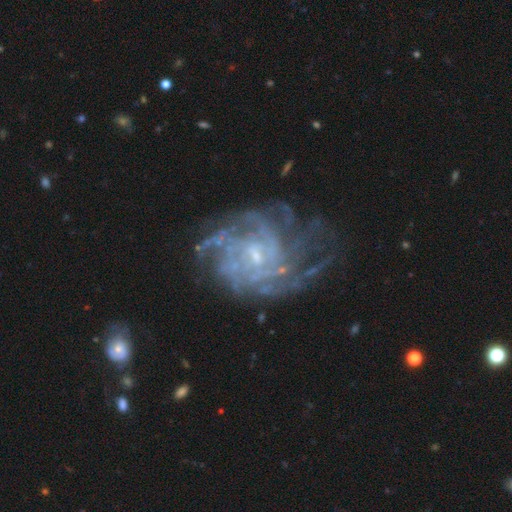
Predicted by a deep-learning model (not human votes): Q: Smooth or featured?
A: featured or disk (87%); runner-up: star or artifact (7%)
Q: Edge-on disk?
A: no (97%); runner-up: yes (3%)
Q: Bar?
A: no (49%); runner-up: weak (42%)
Q: Spiral arms?
A: yes (95%); runner-up: no (5%)
Q: Spiral winding?
A: tight (59%); runner-up: medium (32%)
Q: Spiral arm count?
A: can't tell (35%); runner-up: 4 (19%)
Q: Bulge size?
A: small (69%); runner-up: moderate (22%)
Q: Merging?
A: none (64%); runner-up: minor disturbance (18%)